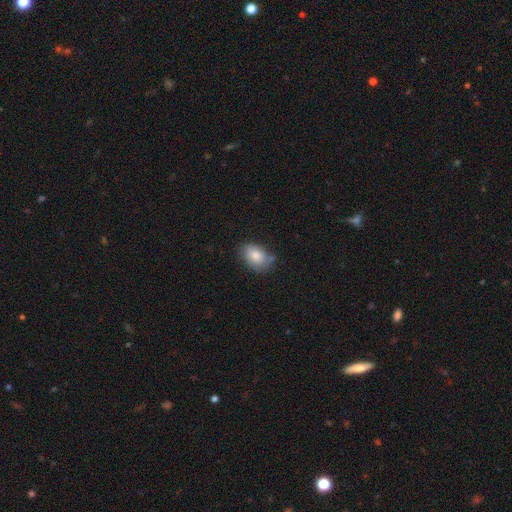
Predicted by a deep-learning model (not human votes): This is clearly a smooth galaxy (82%). How rounded: clearly in between (84%). Merging: likely none (67%).